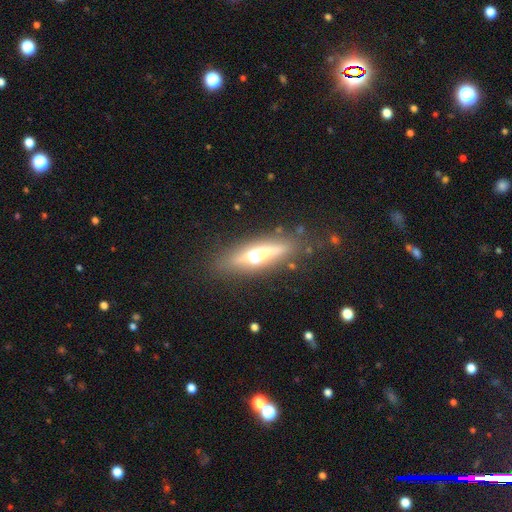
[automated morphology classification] Smooth or featured? featured or disk (56%)
Edge-on disk? yes (84%)
Merging? none (78%)